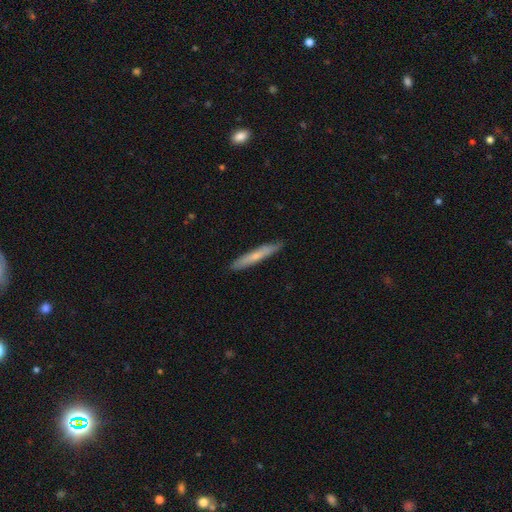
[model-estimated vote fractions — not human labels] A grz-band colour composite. It shows a smooth galaxy with no disk features (59%) that is cigar-shaped (95%). Merging: none (88%).